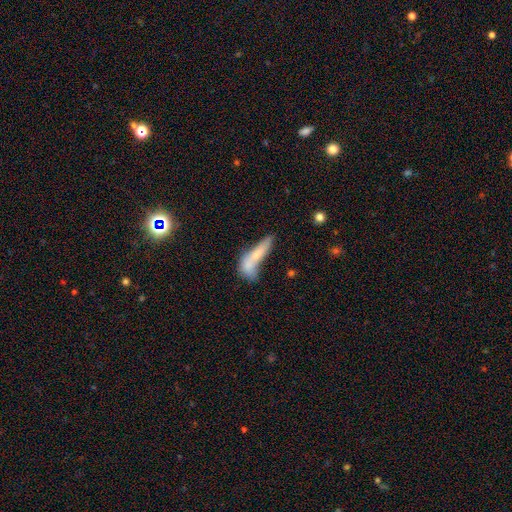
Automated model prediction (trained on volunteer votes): The model was most divided on "merging": merger: 42%, none: 27%, minor disturbance: 16%, major disturbance: 14%. More confident: how rounded — cigar-shaped (65%); smooth or featured — smooth (63%).